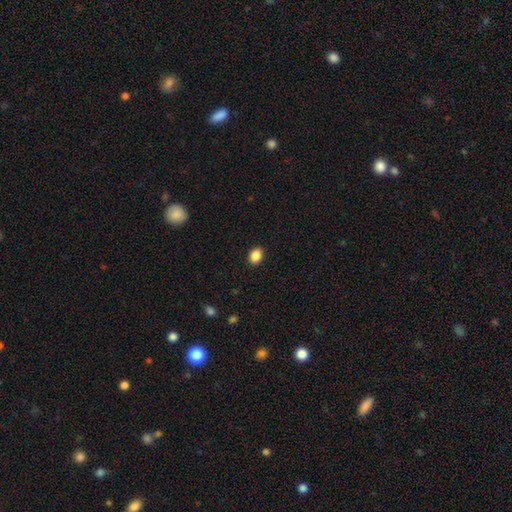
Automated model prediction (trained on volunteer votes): Smooth or featured: smooth — 88% (star or artifact — 9%)
How rounded: in between — 68% (round — 31%)
Merging: none — 91% (minor disturbance — 7%)